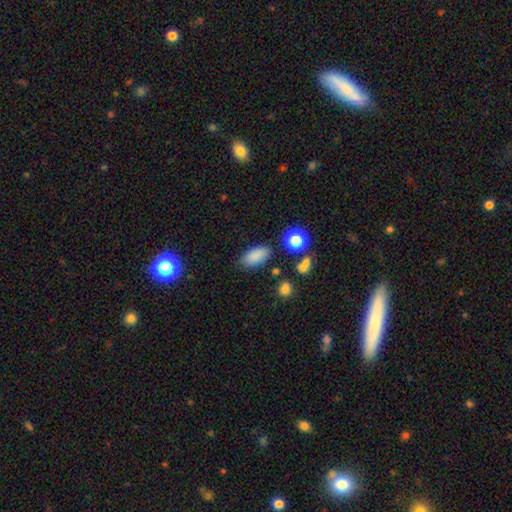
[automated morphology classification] smooth-or-featured: smooth: 85% | star or artifact: 10% | featured or disk: 5%
  how-rounded: in between: 89% | cigar-shaped: 6% | round: 5%
  merging: none: 82% | minor disturbance: 11% | major disturbance: 3% | merger: 3%